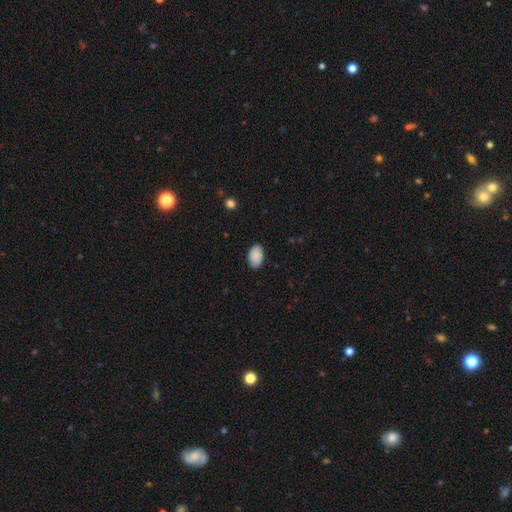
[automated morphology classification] smooth_or_featured: smooth (p=0.90) [alt: star or artifact p=0.06]
how_rounded: in between (p=0.91) [alt: round p=0.08]
merging: none (p=0.86) [alt: minor disturbance p=0.11]